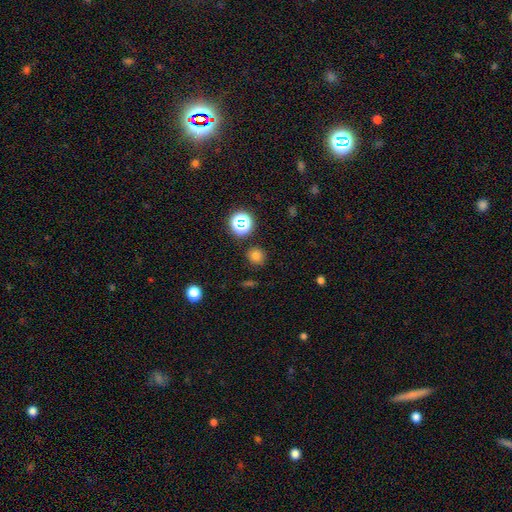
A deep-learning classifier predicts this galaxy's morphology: This appears to be a smooth galaxy with no disk features (75%) that is round (91%). Merging: none (87%).